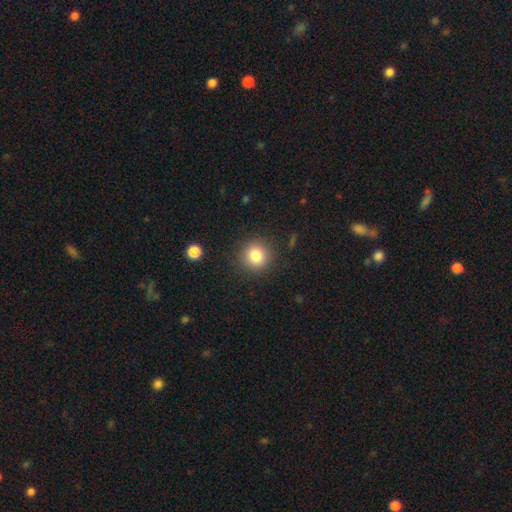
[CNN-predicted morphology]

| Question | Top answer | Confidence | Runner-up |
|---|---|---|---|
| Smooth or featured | smooth | 82% | star or artifact (11%) |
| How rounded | round | 91% | in between (8%) |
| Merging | none | 89% | minor disturbance (7%) |